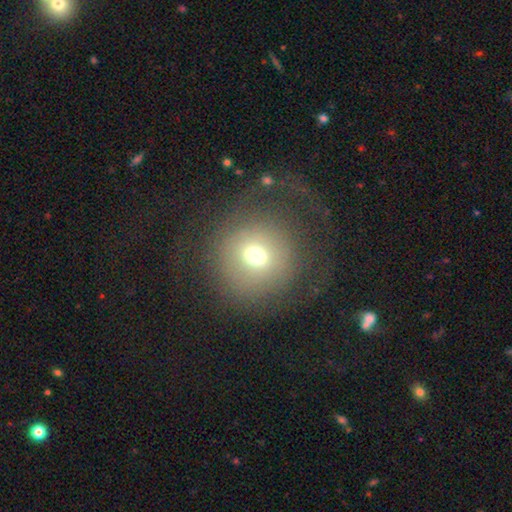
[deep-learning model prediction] Q: Smooth or featured?
A: smooth (65%); runner-up: featured or disk (19%)
Q: How rounded?
A: round (91%); runner-up: in between (8%)
Q: Merging?
A: none (65%); runner-up: major disturbance (19%)